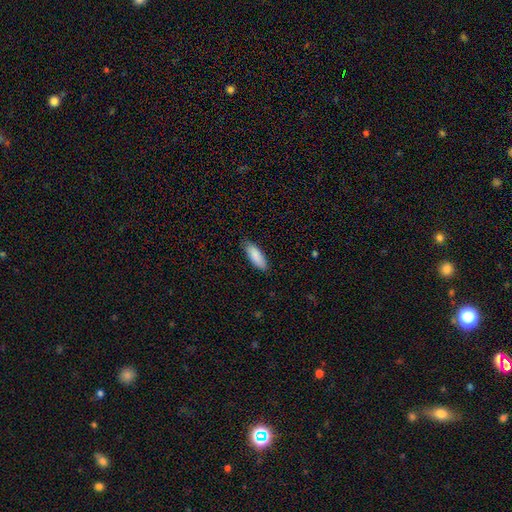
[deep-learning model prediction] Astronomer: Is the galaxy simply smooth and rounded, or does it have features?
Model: smooth — 89%.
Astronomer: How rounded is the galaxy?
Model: in between — 73%.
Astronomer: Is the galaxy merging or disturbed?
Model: none — 80%.